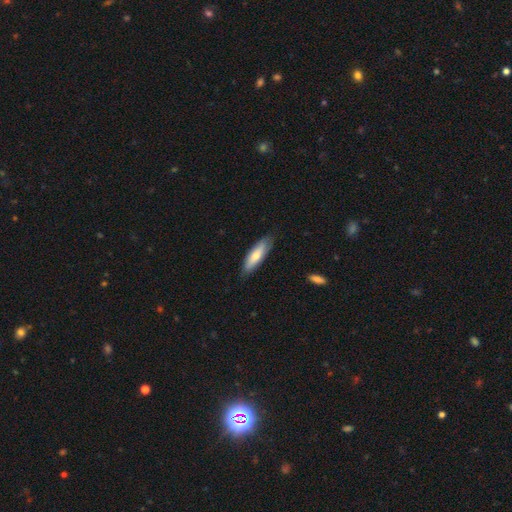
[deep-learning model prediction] Smooth or featured? smooth (70%)
How rounded? cigar-shaped (54%)
Merging? none (82%)